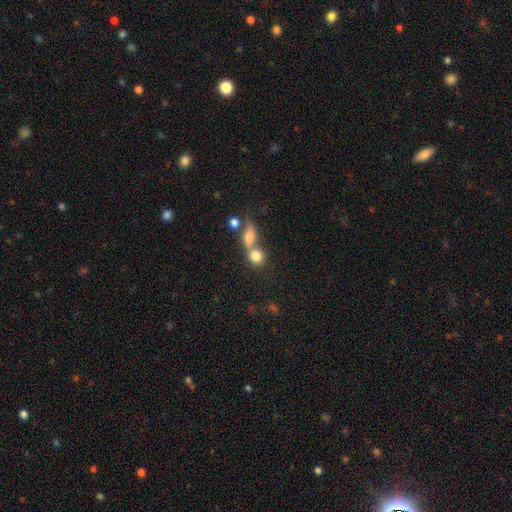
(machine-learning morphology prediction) Smooth or featured? Predicted: smooth (p=0.80). How rounded? Predicted: round (p=0.73). Merging? Predicted: merger (p=0.51).